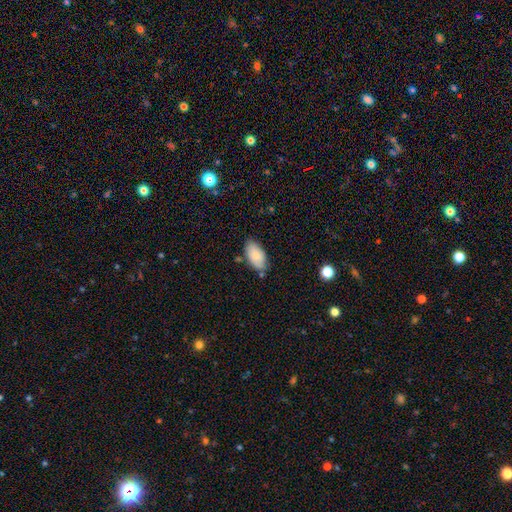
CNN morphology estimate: smooth 82%, featured or disk 11%, star or artifact 7%. Down the decision tree: how rounded — in between (95%); merging — none (74%).